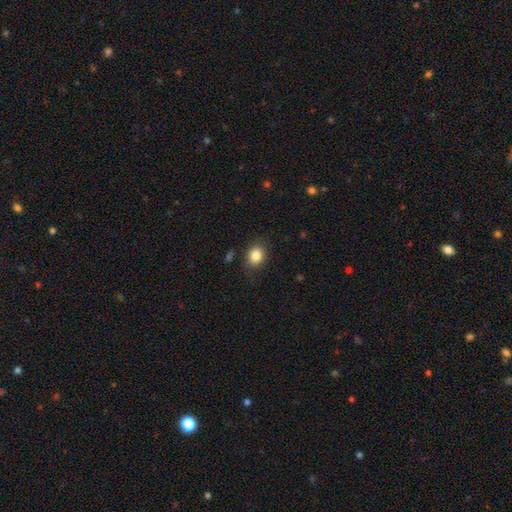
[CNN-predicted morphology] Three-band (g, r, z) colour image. It shows a smooth galaxy with no disk features (84%) that is in between round and cigar-shaped (52%). Merging: none (81%).